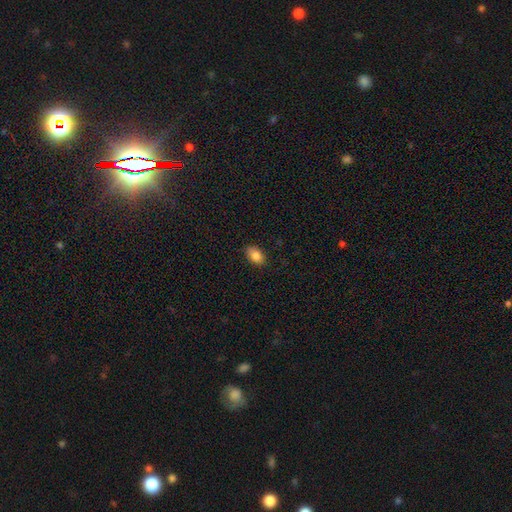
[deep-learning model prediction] smooth 85%, star or artifact 8%, featured or disk 7%. Down the decision tree: how rounded — in between (87%); merging — none (83%).